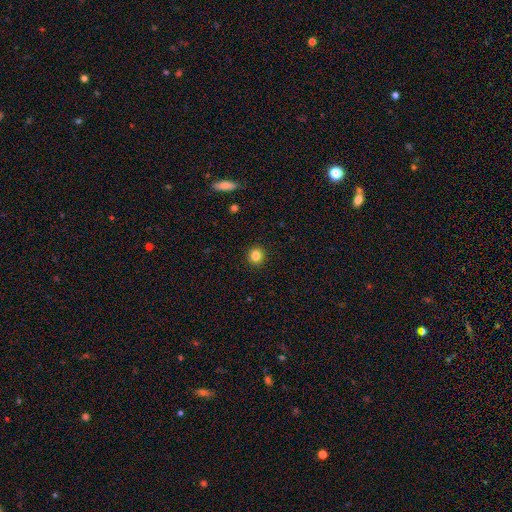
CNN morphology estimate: smooth-or-featured: smooth: 83% | star or artifact: 12% | featured or disk: 5%
  how-rounded: round: 92% | in between: 7% | cigar-shaped: 1%
  merging: none: 93% | minor disturbance: 5% | major disturbance: 2% | merger: 1%